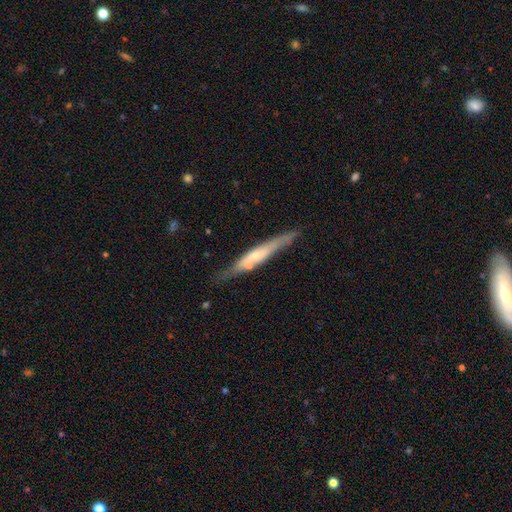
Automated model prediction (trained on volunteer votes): featured or disk 57%, smooth 37%, star or artifact 6%. Down the decision tree: edge-on disk — yes (88%); merging — none (72%).